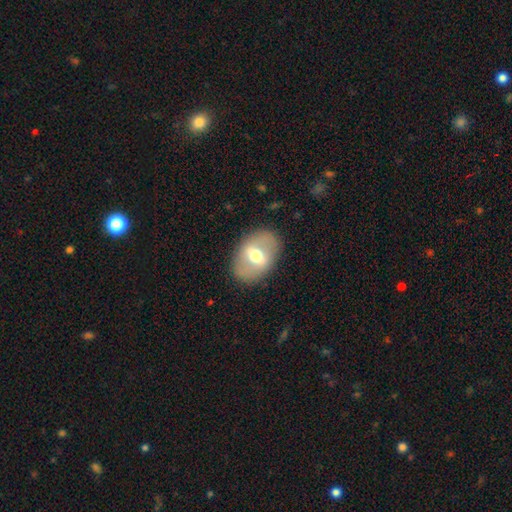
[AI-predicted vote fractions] Smooth or featured?
  - featured or disk: 47% *
  - smooth: 46%
  - star or artifact: 7%
Merging?
  - none: 84% *
  - minor disturbance: 10%
  - major disturbance: 4%
  - merger: 1%